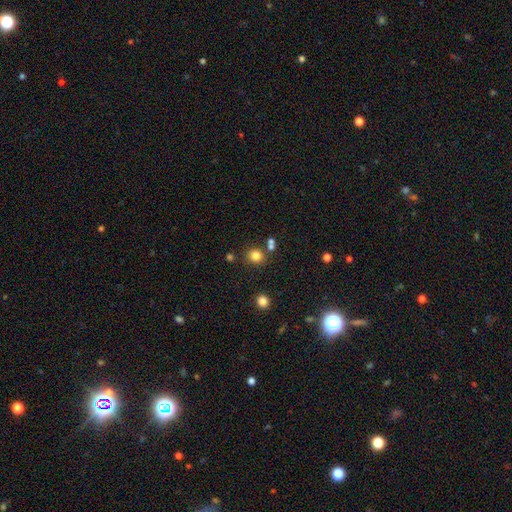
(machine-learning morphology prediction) This appears to be a smooth galaxy with no disk features (81%) that is round (81%). Merging: none (77%).